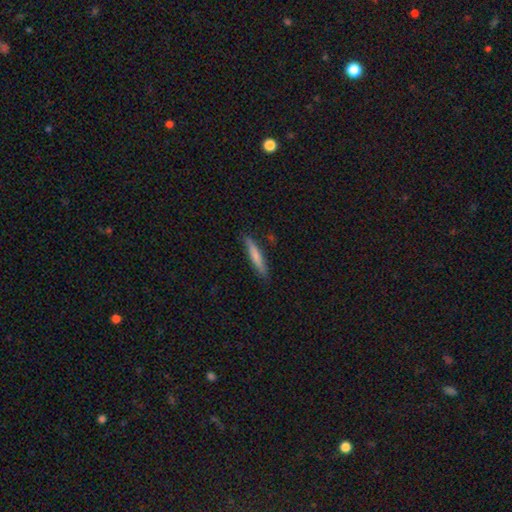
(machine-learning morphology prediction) Smooth or featured? smooth (72%)
How rounded? cigar-shaped (92%)
Merging? none (87%)